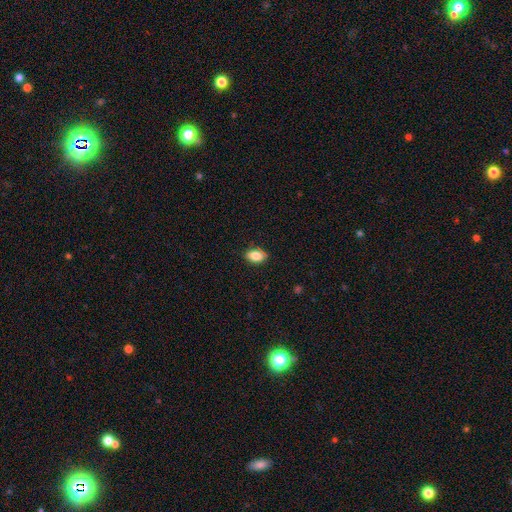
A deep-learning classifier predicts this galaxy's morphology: The model was most divided on "merging": none: 84%, minor disturbance: 13%, major disturbance: 2%, merger: 1%. More confident: how rounded — in between (88%); smooth or featured — smooth (85%).